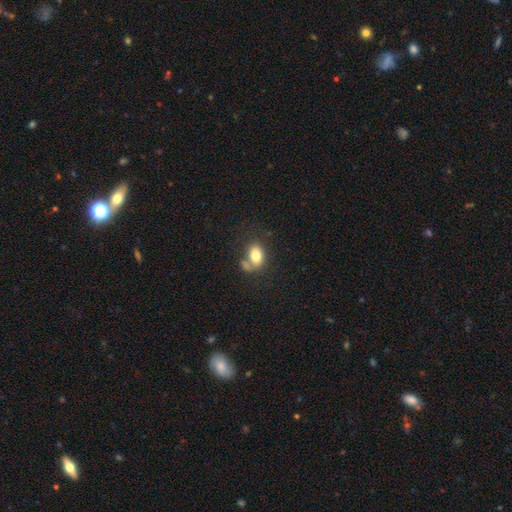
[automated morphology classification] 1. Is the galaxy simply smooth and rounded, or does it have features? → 78% smooth, 14% featured or disk, 9% star or artifact.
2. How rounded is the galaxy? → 79% in between, 20% round, 1% cigar-shaped.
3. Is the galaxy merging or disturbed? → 48% none, 26% merger, 17% minor disturbance, 8% major disturbance.